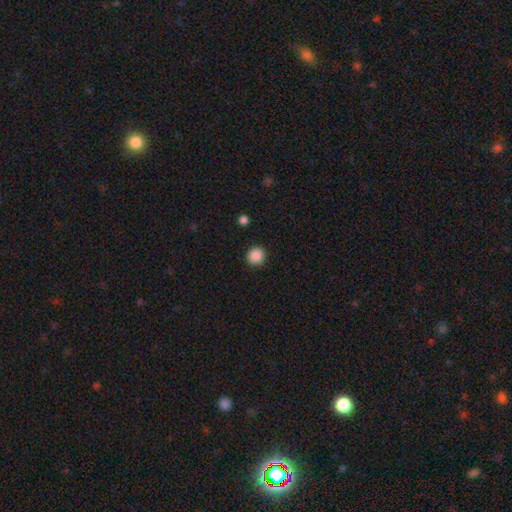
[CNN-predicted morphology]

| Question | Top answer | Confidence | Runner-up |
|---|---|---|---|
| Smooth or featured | smooth | 88% | star or artifact (9%) |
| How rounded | round | 93% | in between (6%) |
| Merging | none | 91% | minor disturbance (6%) |